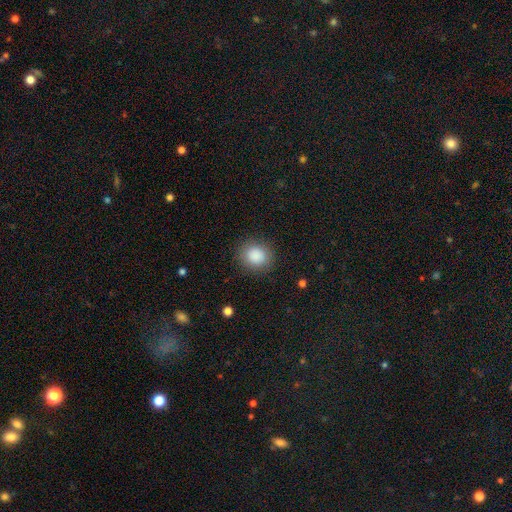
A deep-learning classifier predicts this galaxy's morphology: Q: Smooth or featured?
A: smooth (88%); runner-up: star or artifact (8%)
Q: How rounded?
A: round (79%); runner-up: in between (21%)
Q: Merging?
A: none (87%); runner-up: minor disturbance (8%)